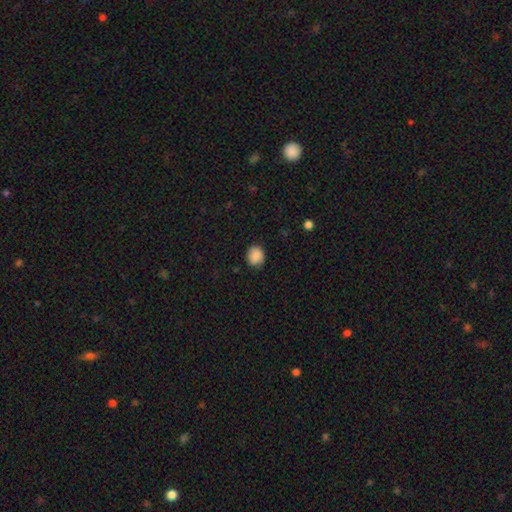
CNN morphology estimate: smooth 88%, star or artifact 8%, featured or disk 4%. Down the decision tree: how rounded — round (71%); merging — none (82%).